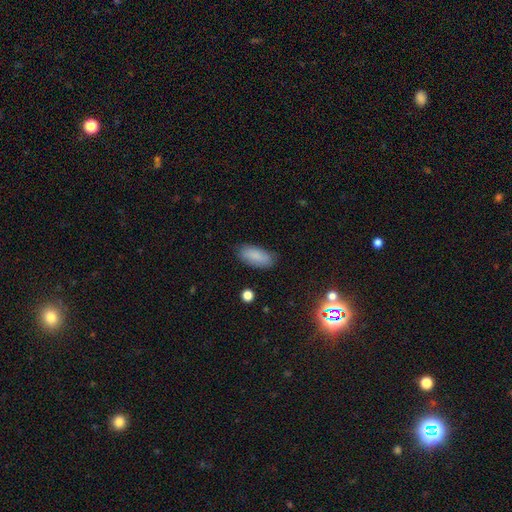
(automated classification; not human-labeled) A smooth galaxy with no disk features (86%) that is in between round and cigar-shaped (85%). Merging: none (82%).